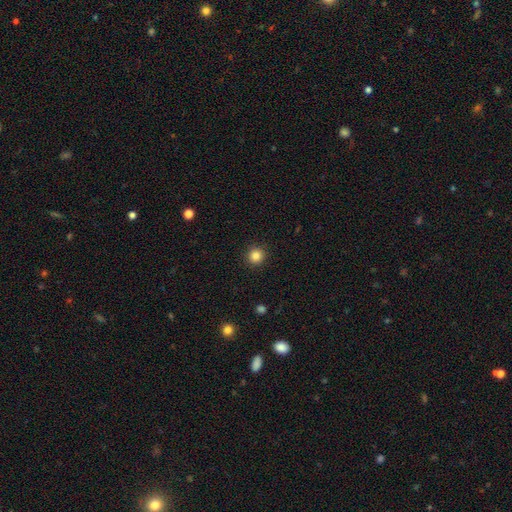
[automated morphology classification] The model was most divided on "smooth or featured": smooth: 85%, star or artifact: 11%, featured or disk: 4%. More confident: how rounded — round (94%); merging — none (92%).